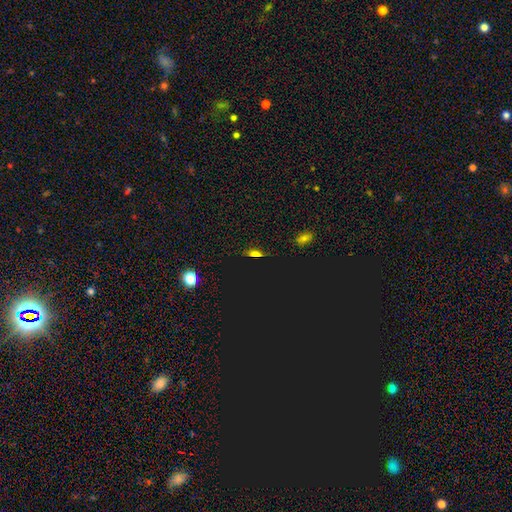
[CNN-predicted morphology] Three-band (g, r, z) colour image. It shows a star or artifact, not a galaxy (54%).